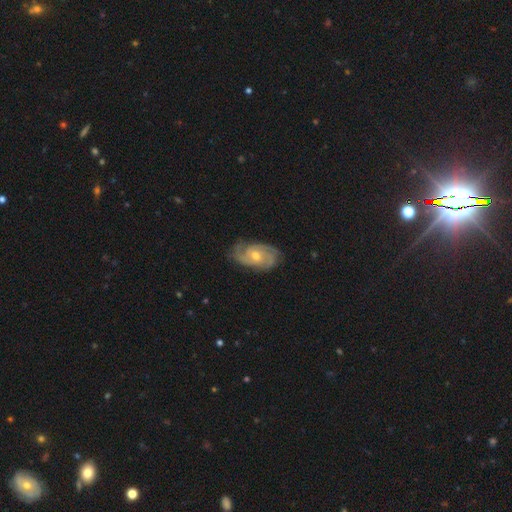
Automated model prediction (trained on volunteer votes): smooth-or-featured: featured or disk: 83% | smooth: 11% | star or artifact: 6%
  disk-edge-on: no: 96% | yes: 4%
    bar: no: 65% | weak: 30% | strong: 5%
    has-spiral-arms: yes: 95% | no: 5%
      spiral-winding: tight: 52% | medium: 38% | loose: 10%
      spiral-arm-count: 2: 34% | 3: 30% | can't tell: 20% | 4: 7% | 1: 5% | more than 4: 4%
    bulge-size: moderate: 61% | small: 36% | large: 2% | none: 1% | dominant: 1%
  merging: none: 75% | minor disturbance: 19% | major disturbance: 5% | merger: 1%